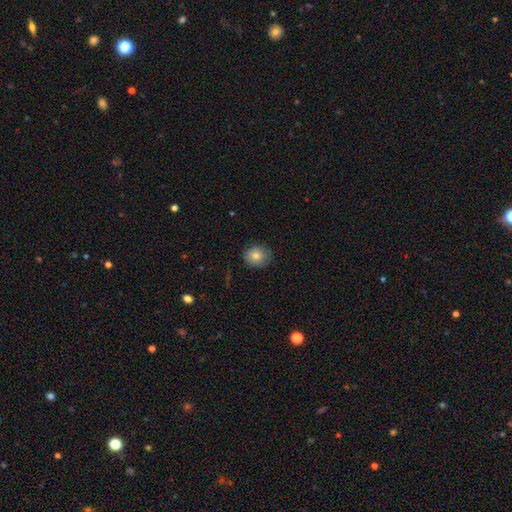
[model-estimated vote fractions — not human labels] A smooth galaxy with no disk features (81%) that is round (77%).

Vote fractions:
- Smooth or featured? smooth: 81% / featured or disk: 10% / star or artifact: 9%
- How rounded? round: 77% / in between: 22% / cigar-shaped: 1%
- Merging? none: 83% / minor disturbance: 13% / major disturbance: 3% / merger: 1%